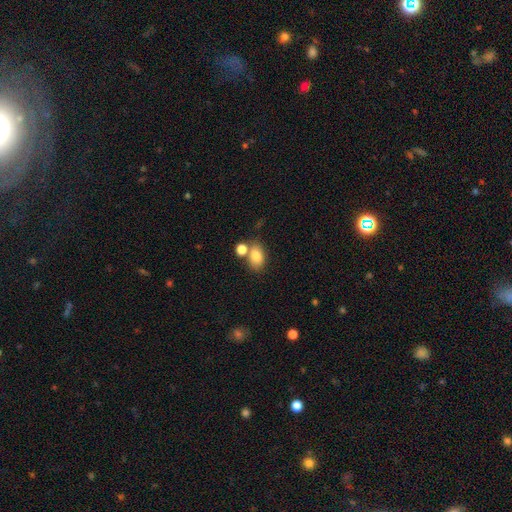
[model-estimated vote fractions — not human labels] Smooth or featured? smooth (82%)
How rounded? in between (79%)
Merging? none (58%)